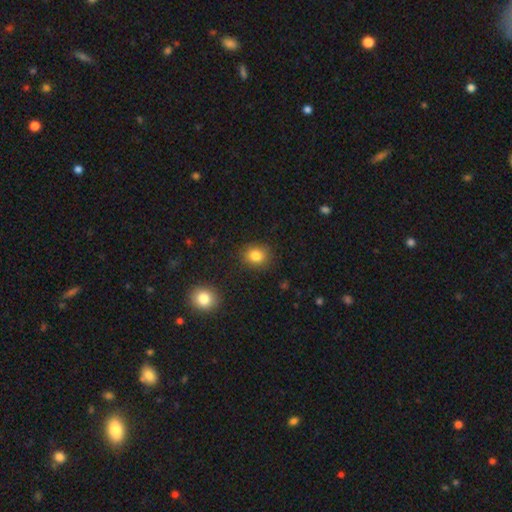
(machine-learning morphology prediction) Overall: smooth (83%). How rounded: round (70%). Merging: none (88%).